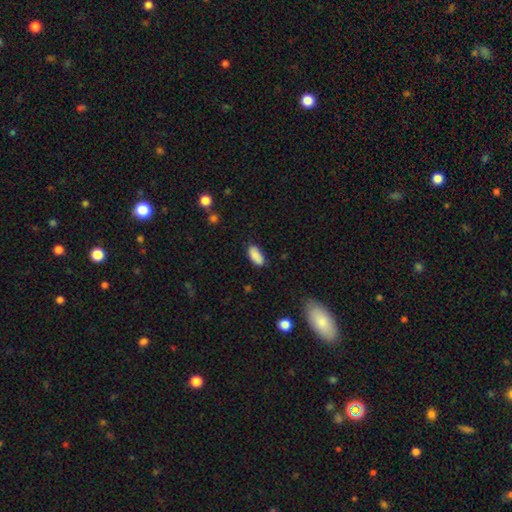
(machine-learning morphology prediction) A smooth galaxy with no disk features (89%) that is in between round and cigar-shaped (89%). Merging: none (83%).